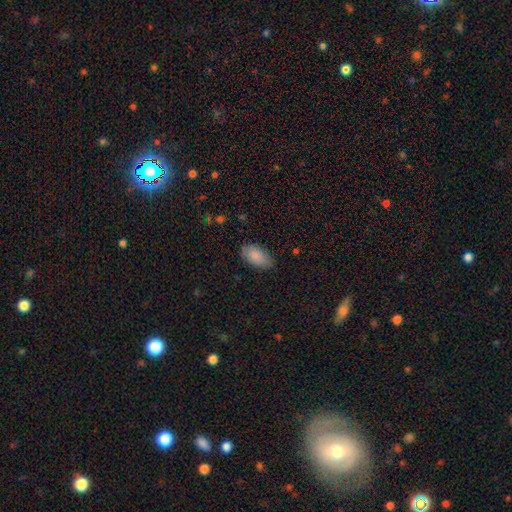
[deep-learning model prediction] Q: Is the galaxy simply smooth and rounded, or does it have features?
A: smooth — 86%.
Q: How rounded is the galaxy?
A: in between — 94%.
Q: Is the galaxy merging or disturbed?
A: none — 80%.